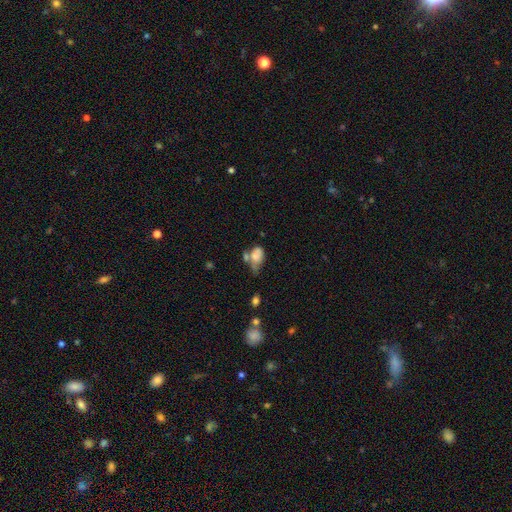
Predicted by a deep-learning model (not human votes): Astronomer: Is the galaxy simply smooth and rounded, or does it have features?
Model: smooth — 67%.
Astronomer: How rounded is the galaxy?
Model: in between — 80%.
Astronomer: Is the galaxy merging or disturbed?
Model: merger — 38% (runner-up: minor disturbance, 23%).